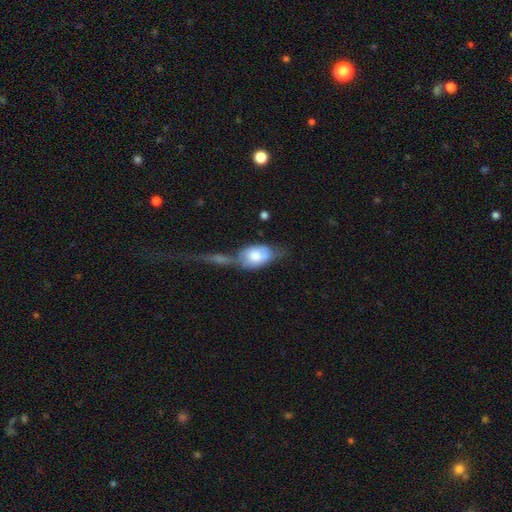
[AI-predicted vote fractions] Smooth or featured? Predicted: smooth (p=0.65). How rounded? Predicted: in between (p=0.85). Merging? Predicted: merger (p=0.35).